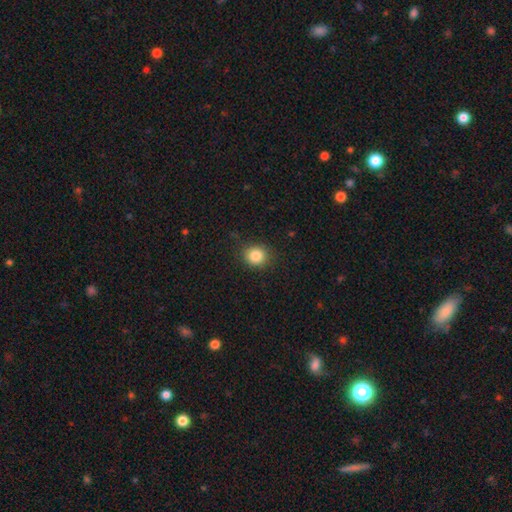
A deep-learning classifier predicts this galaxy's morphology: Smooth or featured? Predicted: smooth (p=0.85). How rounded? Predicted: round (p=0.81). Merging? Predicted: none (p=0.86).